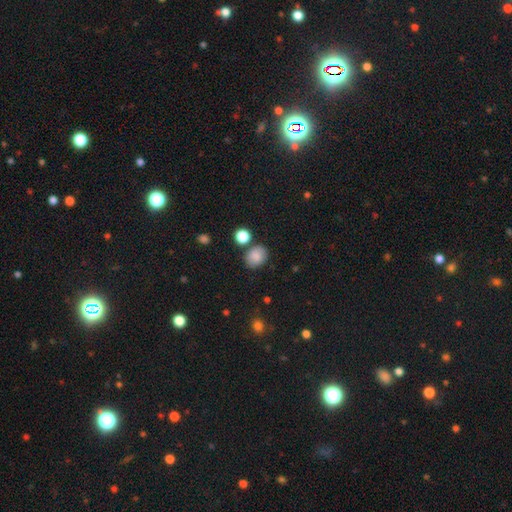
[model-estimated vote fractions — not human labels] A smooth galaxy with no disk features (83%) that is round (51%). Merging: none (75%).